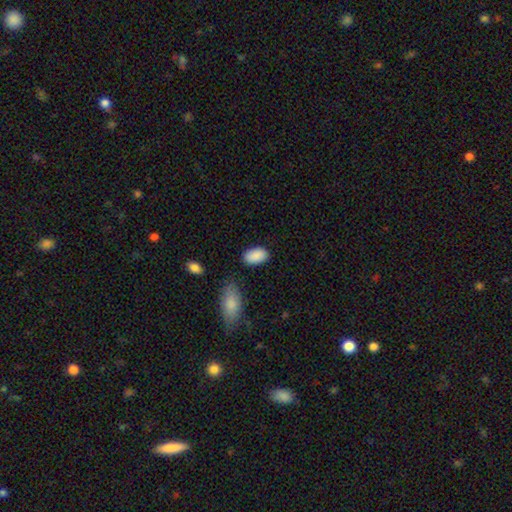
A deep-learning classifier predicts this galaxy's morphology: smooth 90%, star or artifact 6%, featured or disk 4%. Down the decision tree: how rounded — in between (94%); merging — none (82%).